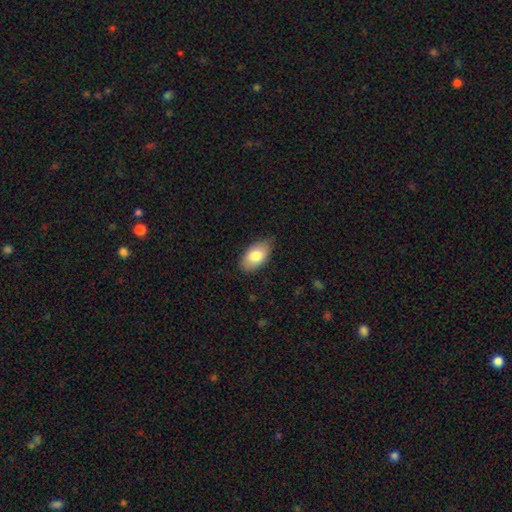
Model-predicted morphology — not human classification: This is clearly a smooth galaxy (80%). How rounded: clearly in between (94%). Merging: likely none (80%).